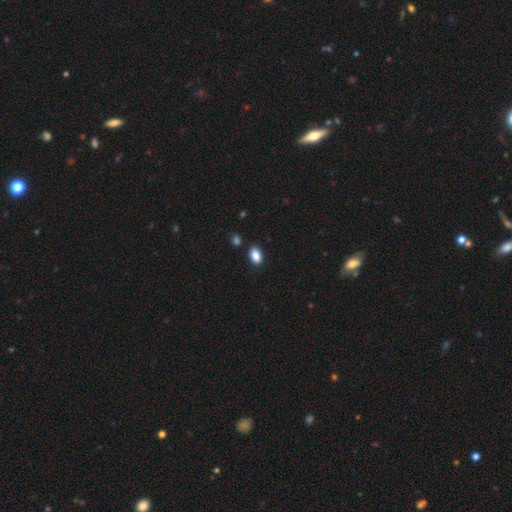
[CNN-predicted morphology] A smooth galaxy with no disk features (88%) that is in between round and cigar-shaped (90%).

Vote fractions:
- Smooth or featured? smooth: 88% / star or artifact: 8% / featured or disk: 3%
- How rounded? in between: 90% / round: 8% / cigar-shaped: 2%
- Merging? none: 86% / minor disturbance: 9% / merger: 2% / major disturbance: 2%